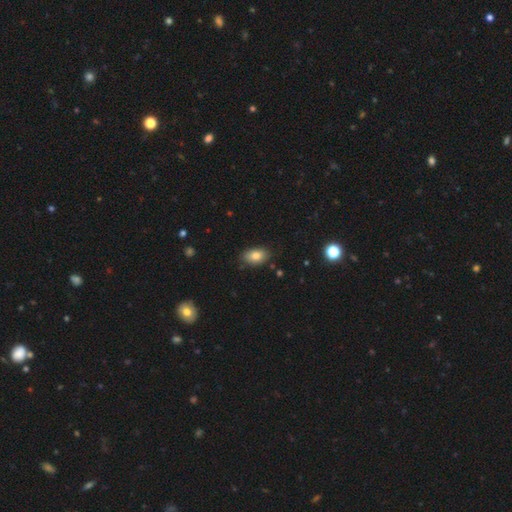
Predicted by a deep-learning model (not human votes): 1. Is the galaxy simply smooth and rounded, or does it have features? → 82% smooth, 9% featured or disk, 9% star or artifact.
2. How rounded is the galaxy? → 90% in between, 9% round, 2% cigar-shaped.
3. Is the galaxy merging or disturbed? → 83% none, 13% minor disturbance, 2% major disturbance, 2% merger.